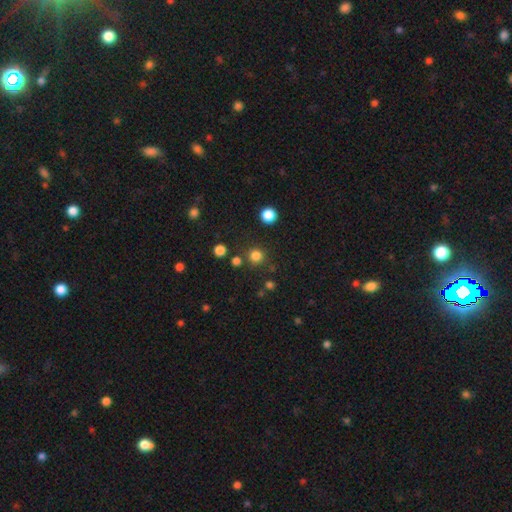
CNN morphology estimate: smooth 80%, star or artifact 16%, featured or disk 4%. Down the decision tree: how rounded — round (93%); merging — none (83%).